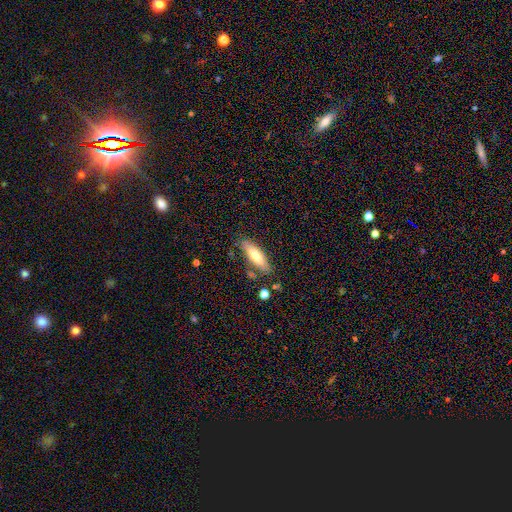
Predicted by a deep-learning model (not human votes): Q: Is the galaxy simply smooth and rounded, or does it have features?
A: smooth — 73%.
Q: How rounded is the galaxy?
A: cigar-shaped — 50%.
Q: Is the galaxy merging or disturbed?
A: none — 76%.